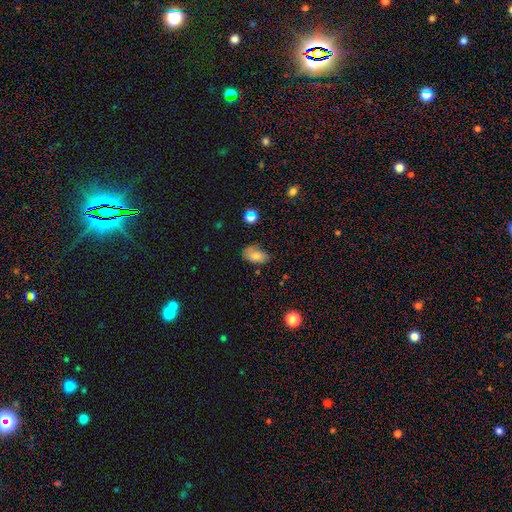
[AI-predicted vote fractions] Overall: smooth (71%). How rounded: in between (89%). Merging: none (62%; minor disturbance 28%).